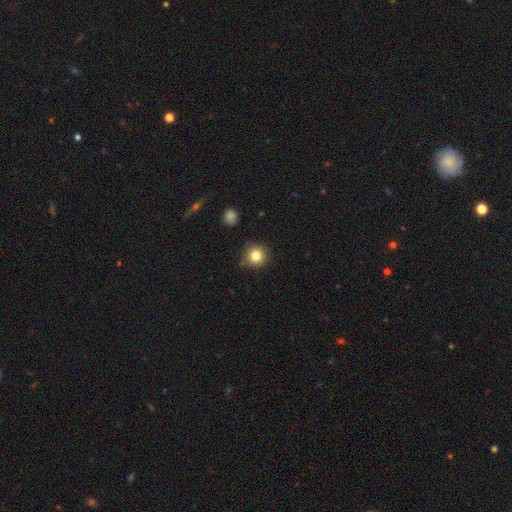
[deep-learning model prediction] smooth_or_featured: smooth (p=0.82) [alt: star or artifact p=0.11]
how_rounded: round (p=0.94) [alt: in between p=0.05]
merging: none (p=0.86) [alt: minor disturbance p=0.10]